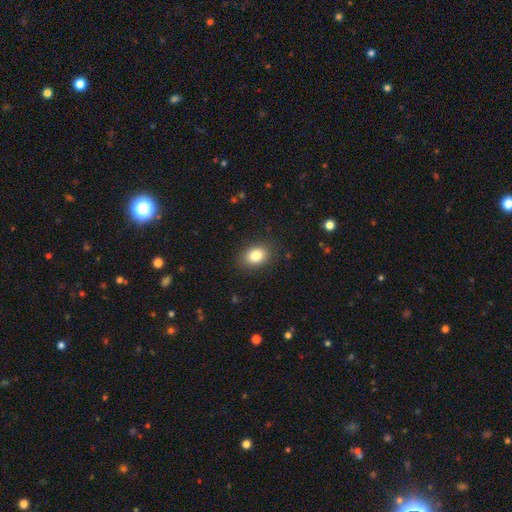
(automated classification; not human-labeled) Morphology: type=smooth (83%); roundness=in between (69%); merging=none (87%).